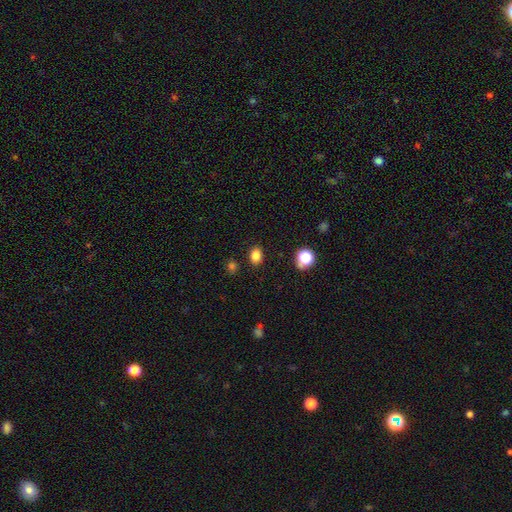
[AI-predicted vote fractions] This appears to be a smooth galaxy with no disk features (83%) that is in between round and cigar-shaped (62%). Merging: none (87%).